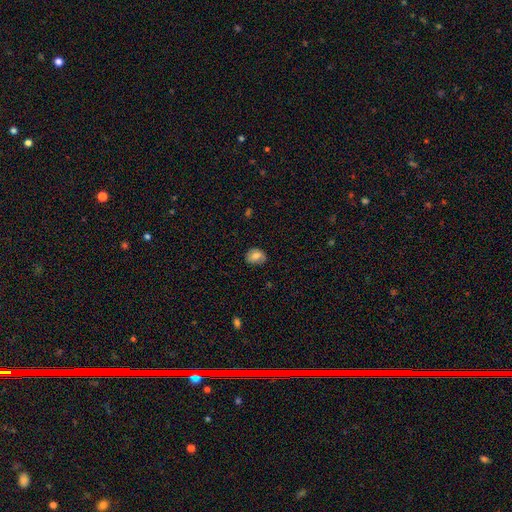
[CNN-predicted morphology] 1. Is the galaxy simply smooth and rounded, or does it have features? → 71% smooth, 20% featured or disk, 9% star or artifact.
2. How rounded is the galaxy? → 54% in between, 45% round, 1% cigar-shaped.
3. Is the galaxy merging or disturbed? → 76% none, 19% minor disturbance, 4% major disturbance, 1% merger.